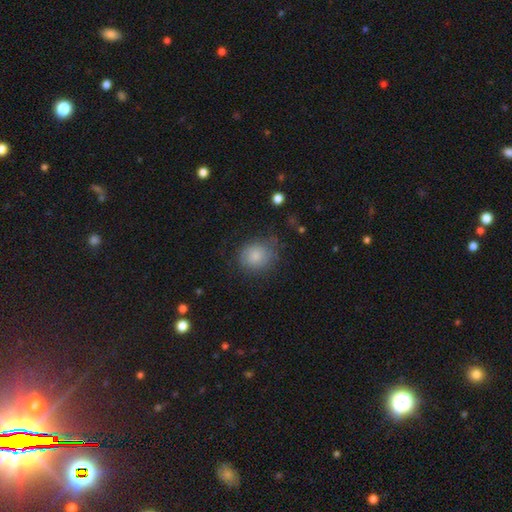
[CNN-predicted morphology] This is likely a smooth galaxy (78%). How rounded: likely round (70%). Merging: likely none (65%).